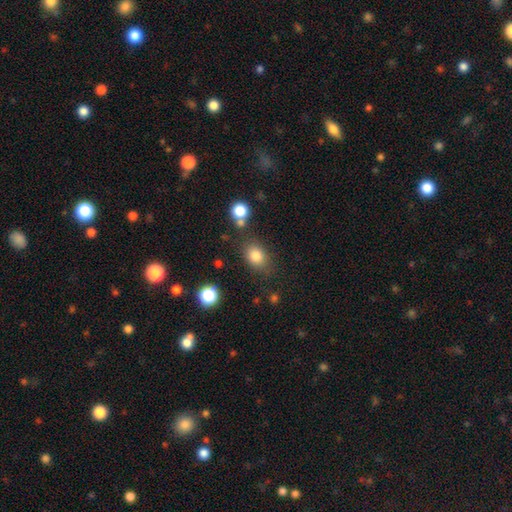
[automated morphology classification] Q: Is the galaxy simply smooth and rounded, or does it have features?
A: smooth — 82%.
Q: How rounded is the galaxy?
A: in between — 64%.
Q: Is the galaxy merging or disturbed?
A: none — 75%.